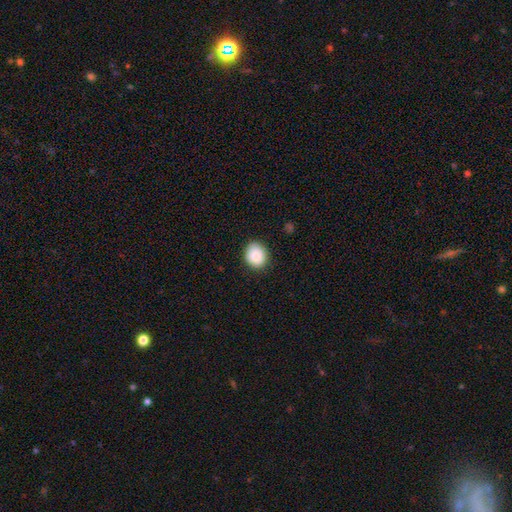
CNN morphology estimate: smooth-or-featured: smooth: 87% | star or artifact: 8% | featured or disk: 5%
  how-rounded: round: 63% | in between: 36% | cigar-shaped: 1%
  merging: none: 86% | minor disturbance: 10% | major disturbance: 2% | merger: 1%